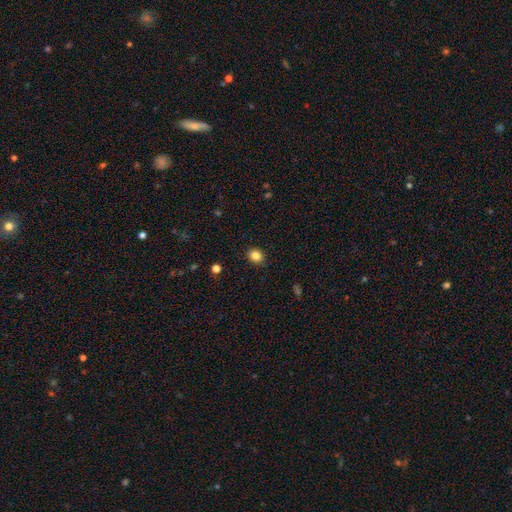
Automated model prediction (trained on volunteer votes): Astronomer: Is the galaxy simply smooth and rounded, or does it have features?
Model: smooth — 85%.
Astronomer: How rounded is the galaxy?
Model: round — 65%.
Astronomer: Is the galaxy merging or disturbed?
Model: none — 88%.